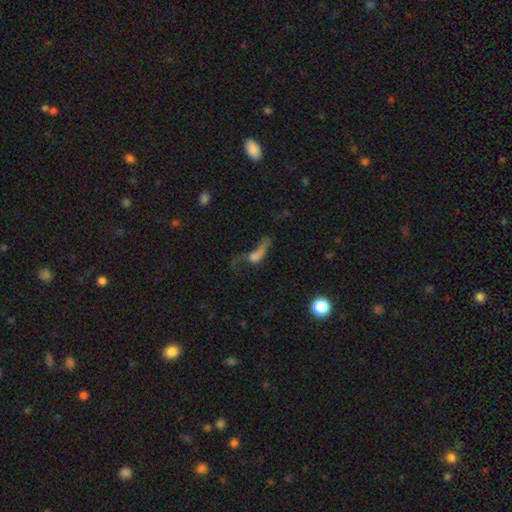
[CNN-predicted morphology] The model was most divided on "smooth or featured": featured or disk: 43%, smooth: 39%, star or artifact: 18%. Remaining: merging — major disturbance (45%).